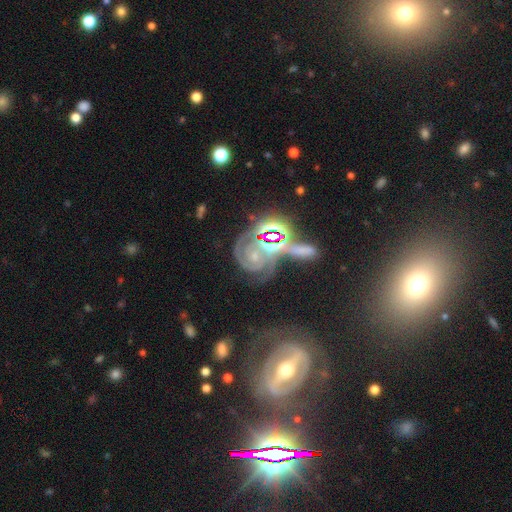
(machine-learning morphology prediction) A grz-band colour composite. It shows a featured or disk galaxy (71%) with no bar (59%), 2 (60%) tight (67%) spiral arms (96%) and a small central bulge (55%). Merging: none (49%).